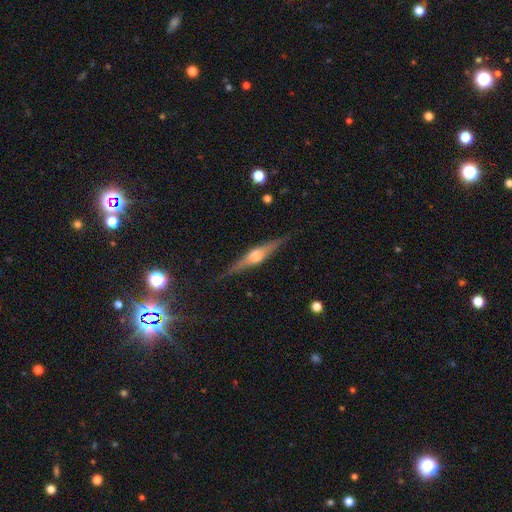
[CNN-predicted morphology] Overall: featured or disk (73%). Edge-on disk: yes (97%). Edge-on bulge: rounded (89%). Merging: none (85%).